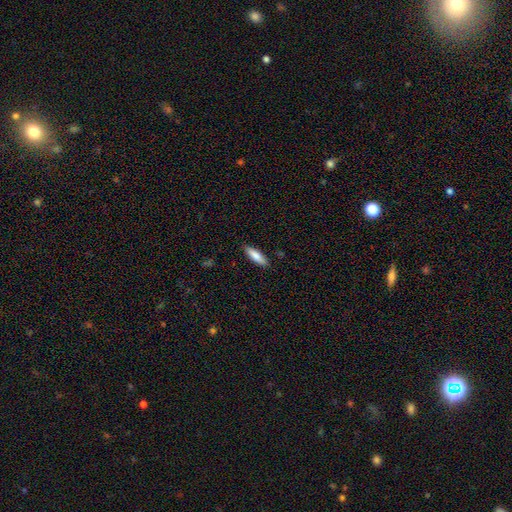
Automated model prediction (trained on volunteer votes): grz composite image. It shows a smooth galaxy with no disk features (82%) that is cigar-shaped (57%). Merging: none (88%).